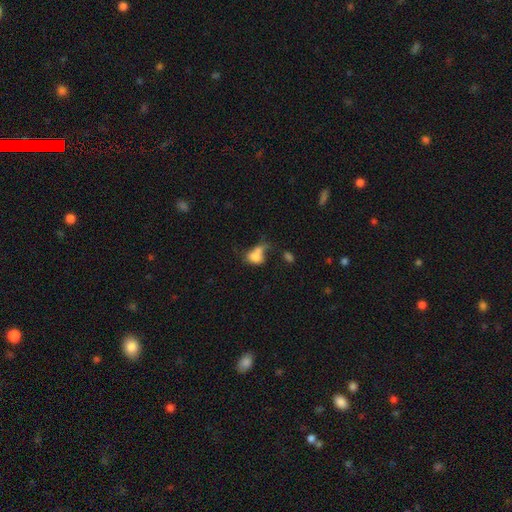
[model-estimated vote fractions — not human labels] Overall: smooth (70%). How rounded: in between (70%). Merging: merger (40%; major disturbance 24%).